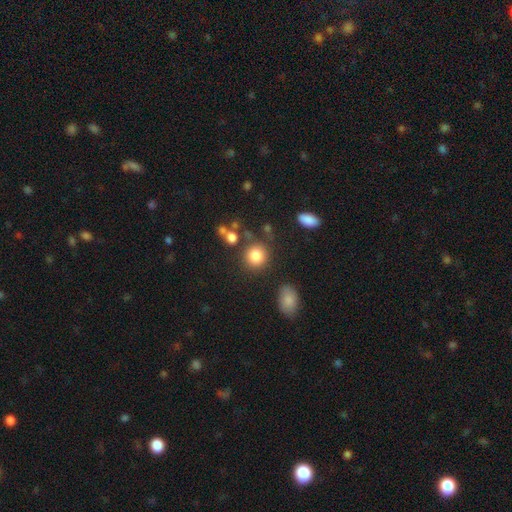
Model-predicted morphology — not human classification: The model was most divided on "merging": none: 76%, minor disturbance: 11%, merger: 7%, major disturbance: 5%. More confident: how rounded — round (84%); smooth or featured — smooth (83%).